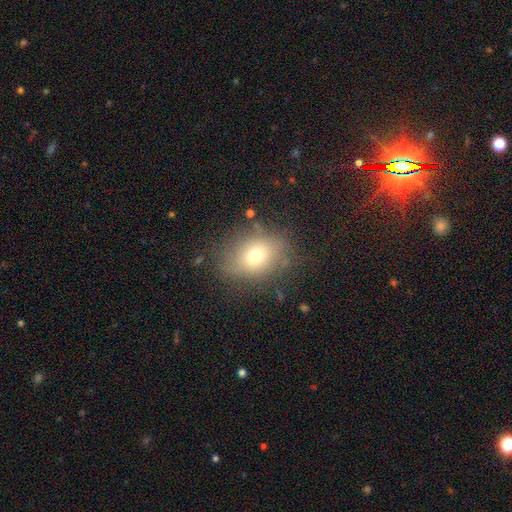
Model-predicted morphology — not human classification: smooth_or_featured: smooth (p=0.70) [alt: featured or disk p=0.16]
how_rounded: in between (p=0.58) [alt: round p=0.41]
merging: none (p=0.76) [alt: minor disturbance p=0.16]